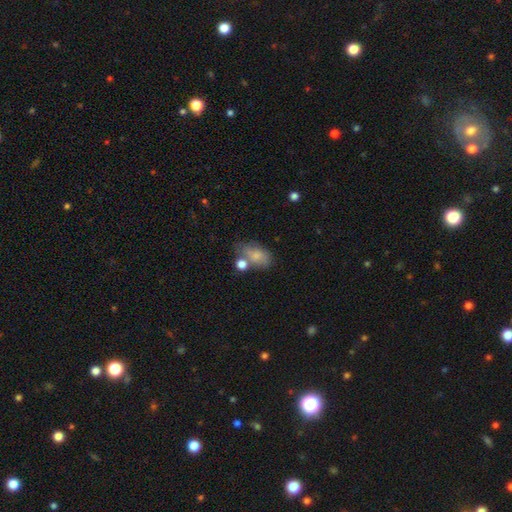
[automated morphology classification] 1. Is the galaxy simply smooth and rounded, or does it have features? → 73% smooth, 18% featured or disk, 9% star or artifact.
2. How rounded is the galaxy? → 84% in between, 14% round, 2% cigar-shaped.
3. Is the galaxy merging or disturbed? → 42% none, 24% merger, 23% minor disturbance, 11% major disturbance.